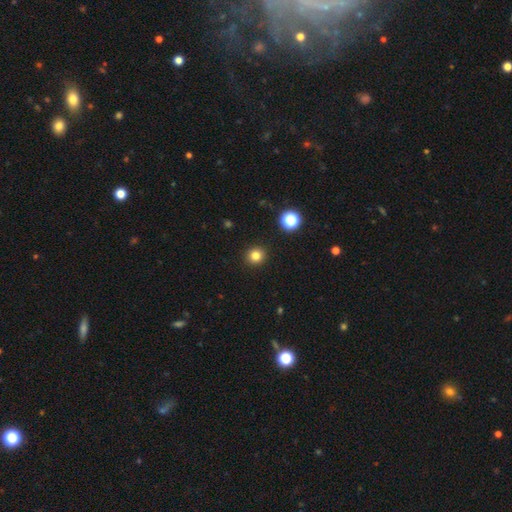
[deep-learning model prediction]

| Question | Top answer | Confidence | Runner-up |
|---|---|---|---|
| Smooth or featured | smooth | 81% | star or artifact (14%) |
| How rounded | round | 91% | in between (8%) |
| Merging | none | 92% | minor disturbance (5%) |